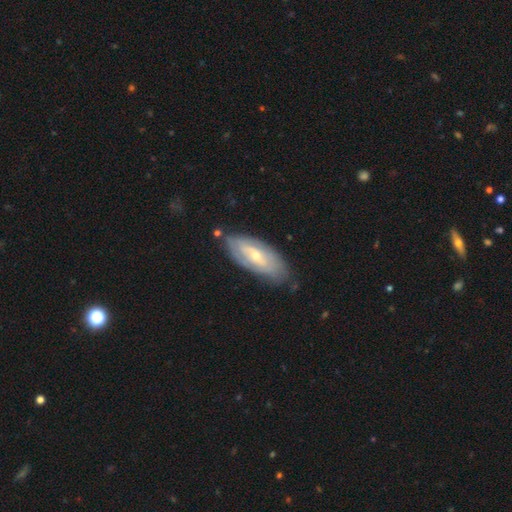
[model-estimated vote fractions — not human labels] A featured or disk galaxy (66%) with no bar (43%), spiral arms (72%) and a small central bulge (60%). Merging: none (75%).